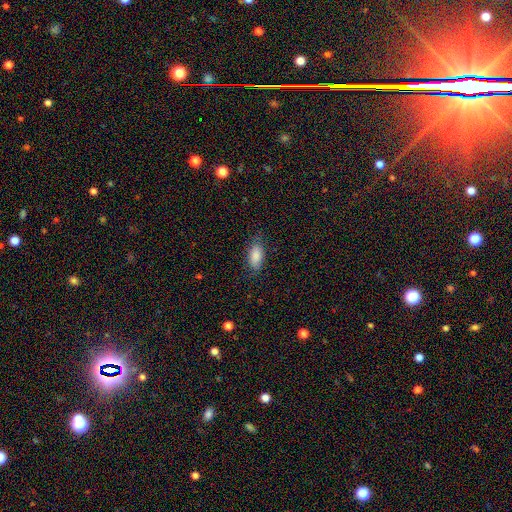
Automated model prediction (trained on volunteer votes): This is clearly a smooth galaxy (87%). How rounded: clearly in between (90%). Merging: likely none (79%).